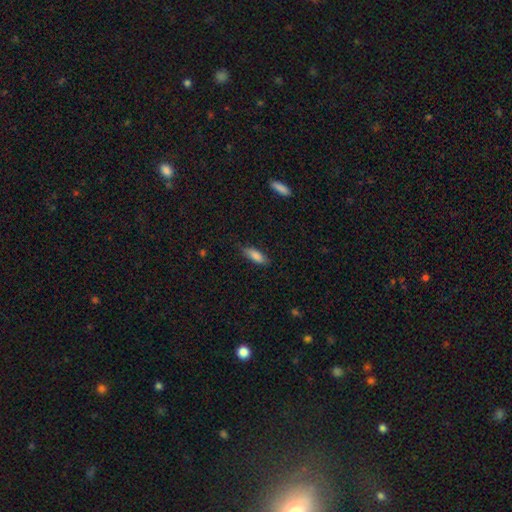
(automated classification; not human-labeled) Smooth or featured? Predicted: smooth (p=0.83). How rounded? Predicted: in between (p=0.60). Merging? Predicted: none (p=0.80).